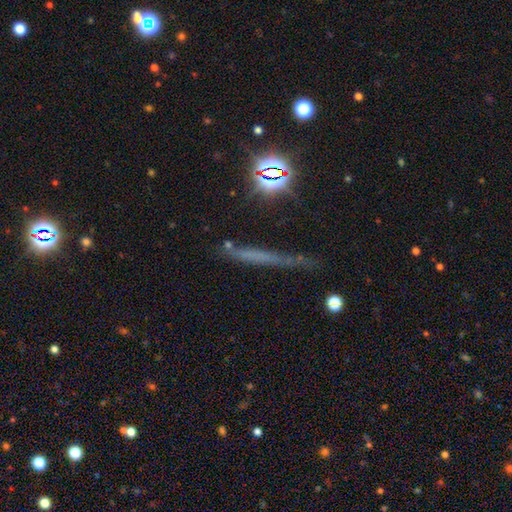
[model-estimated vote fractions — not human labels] This is marginally a smooth galaxy (40%). Merging: likely none (71%).